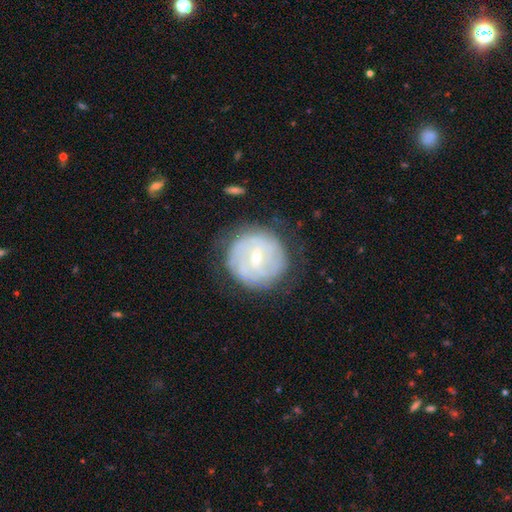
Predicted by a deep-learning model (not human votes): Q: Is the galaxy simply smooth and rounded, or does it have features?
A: featured or disk — 67%.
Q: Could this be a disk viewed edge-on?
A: no — 97%.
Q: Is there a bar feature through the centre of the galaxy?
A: weak — 60%.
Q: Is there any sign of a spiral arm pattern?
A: yes — 73%.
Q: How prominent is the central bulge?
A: small — 60%.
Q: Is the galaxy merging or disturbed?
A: none — 77%.